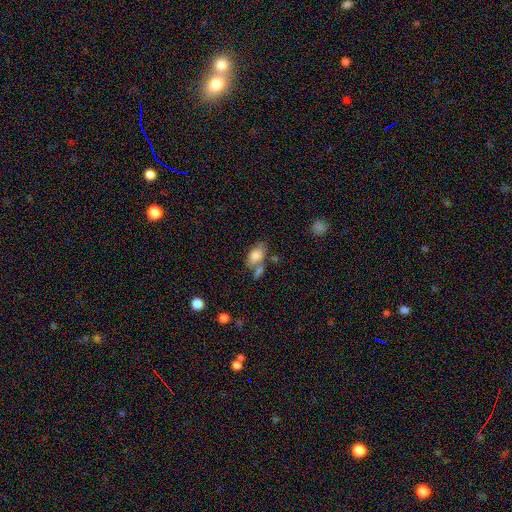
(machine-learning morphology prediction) Q: Smooth or featured?
A: smooth (78%); runner-up: featured or disk (14%)
Q: How rounded?
A: in between (90%); runner-up: round (7%)
Q: Merging?
A: none (45%); runner-up: merger (30%)